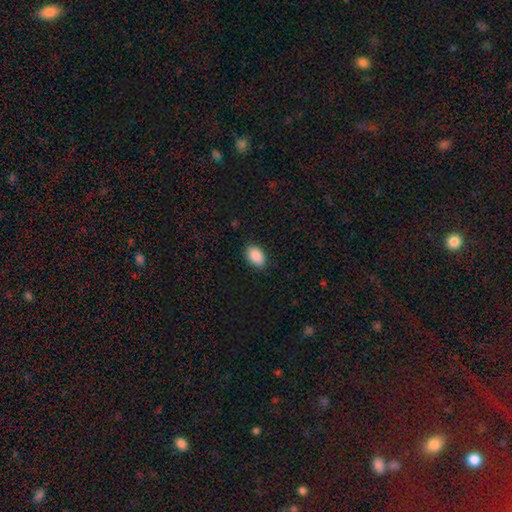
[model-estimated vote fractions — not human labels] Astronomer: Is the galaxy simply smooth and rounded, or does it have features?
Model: smooth — 89%.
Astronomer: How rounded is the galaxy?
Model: in between — 90%.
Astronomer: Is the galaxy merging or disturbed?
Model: none — 87%.